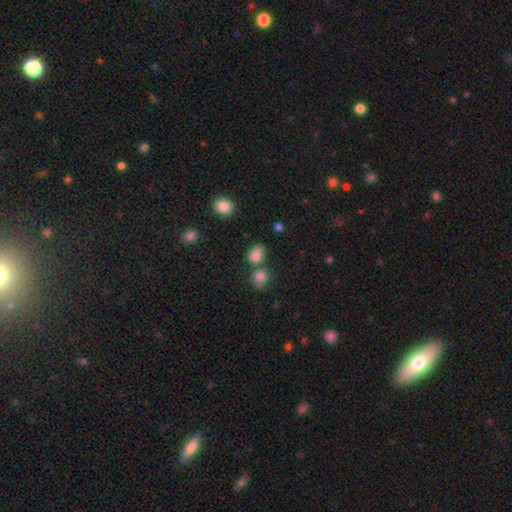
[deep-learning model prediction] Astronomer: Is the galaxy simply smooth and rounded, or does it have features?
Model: smooth — 81%.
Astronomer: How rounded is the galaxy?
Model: in between — 54% (runner-up: round, 45%).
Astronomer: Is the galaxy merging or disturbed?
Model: none — 47% (runner-up: merger, 31%).